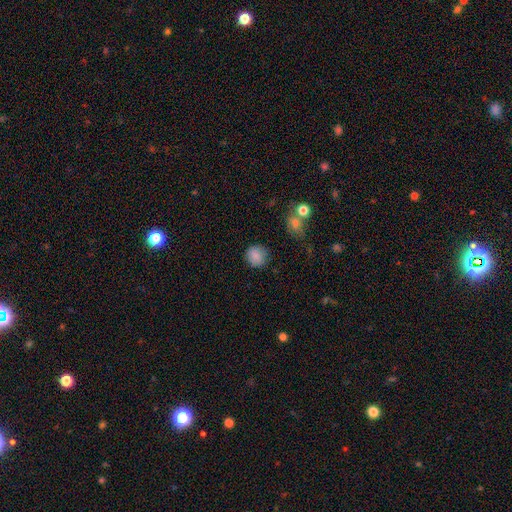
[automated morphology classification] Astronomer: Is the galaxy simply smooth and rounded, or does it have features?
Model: smooth — 86%.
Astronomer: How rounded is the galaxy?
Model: round — 90%.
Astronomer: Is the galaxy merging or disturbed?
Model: none — 84%.